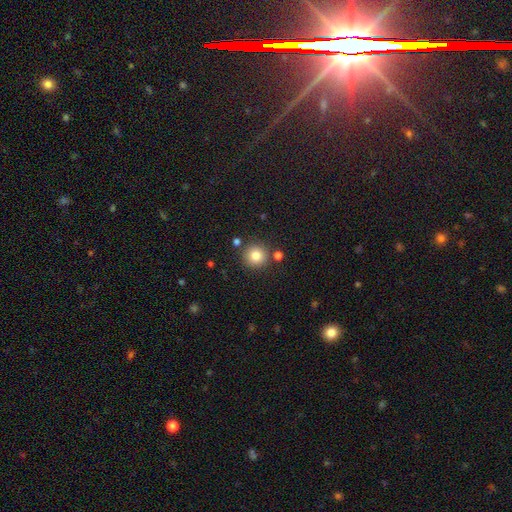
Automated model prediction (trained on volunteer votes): A smooth galaxy with no disk features (82%) that is round (94%). Merging: none (84%).